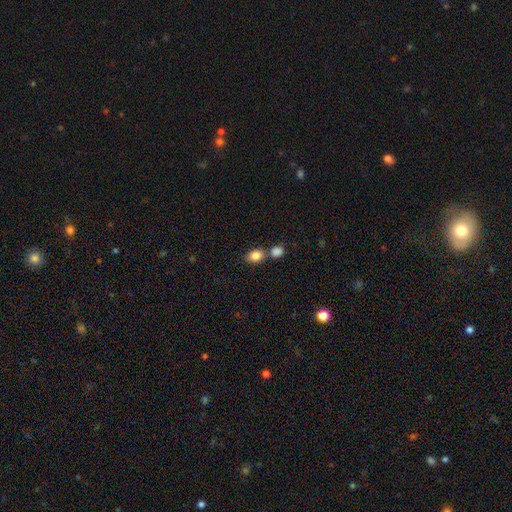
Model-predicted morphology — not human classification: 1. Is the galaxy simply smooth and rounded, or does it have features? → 84% smooth, 9% star or artifact, 7% featured or disk.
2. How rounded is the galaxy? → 69% in between, 30% round, 1% cigar-shaped.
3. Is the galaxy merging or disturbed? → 53% none, 34% merger, 10% minor disturbance, 3% major disturbance.